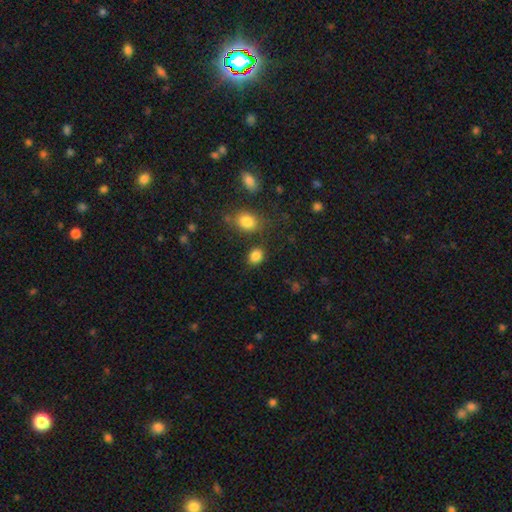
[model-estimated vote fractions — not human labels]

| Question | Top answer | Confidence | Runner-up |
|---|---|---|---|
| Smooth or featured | smooth | 85% | star or artifact (11%) |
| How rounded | round | 54% | in between (45%) |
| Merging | none | 79% | minor disturbance (11%) |